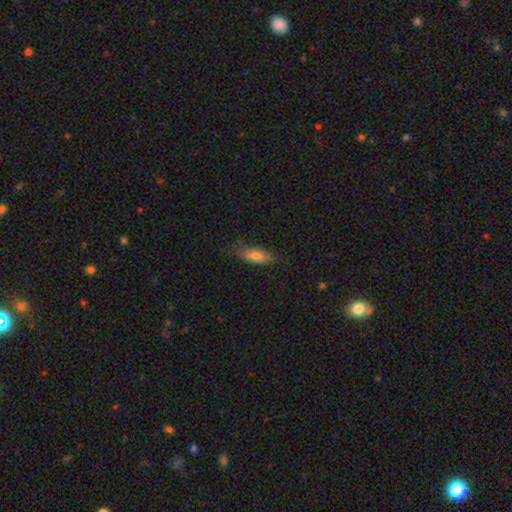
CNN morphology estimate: Overall: smooth (76%). How rounded: in between (58%; cigar-shaped 39%). Merging: none (72%).